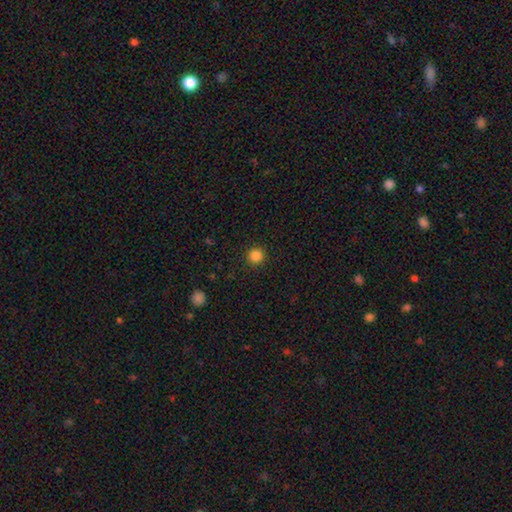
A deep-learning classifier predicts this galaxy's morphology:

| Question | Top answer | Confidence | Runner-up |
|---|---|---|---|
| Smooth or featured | smooth | 85% | star or artifact (12%) |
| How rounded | round | 95% | in between (4%) |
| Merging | none | 93% | minor disturbance (5%) |